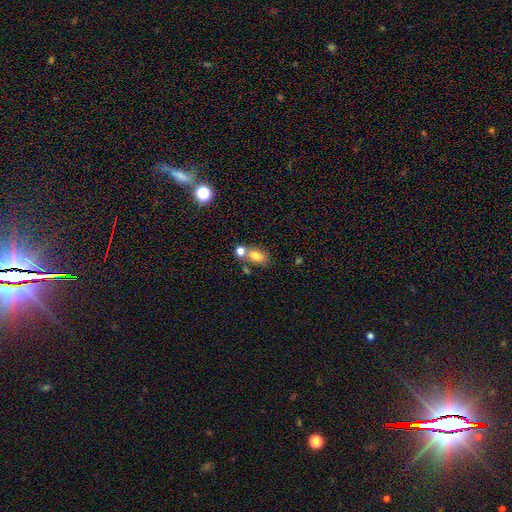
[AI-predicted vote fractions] This is likely a smooth galaxy (76%). How rounded: likely in between (77%). Merging: possibly none (48%).